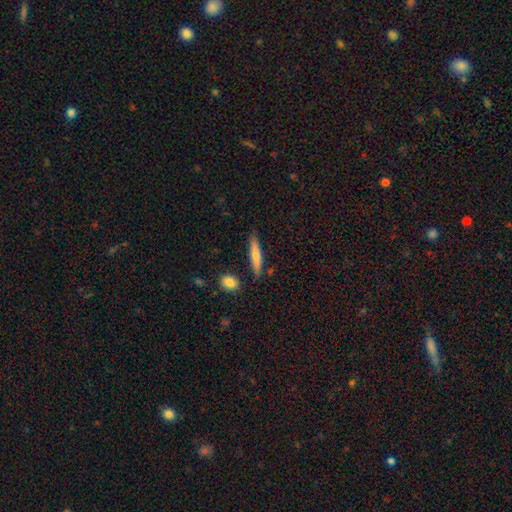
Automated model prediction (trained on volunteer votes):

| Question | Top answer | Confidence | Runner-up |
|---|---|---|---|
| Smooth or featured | smooth | 64% | featured or disk (30%) |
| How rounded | cigar-shaped | 89% | in between (9%) |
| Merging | none | 83% | minor disturbance (11%) |